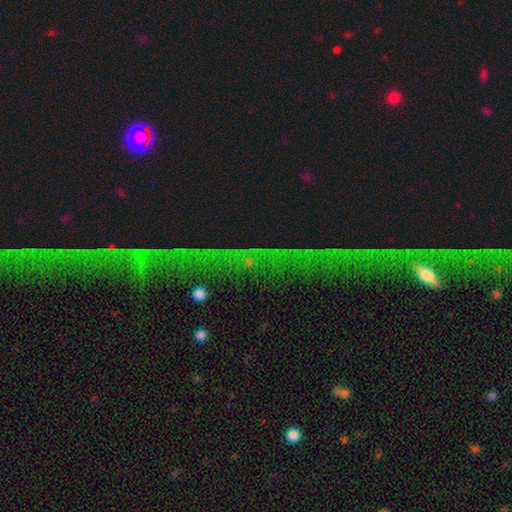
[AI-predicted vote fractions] A star or artifact, not a galaxy (74%).

Vote fractions:
- Smooth or featured? star or artifact: 74% / featured or disk: 15% / smooth: 11%